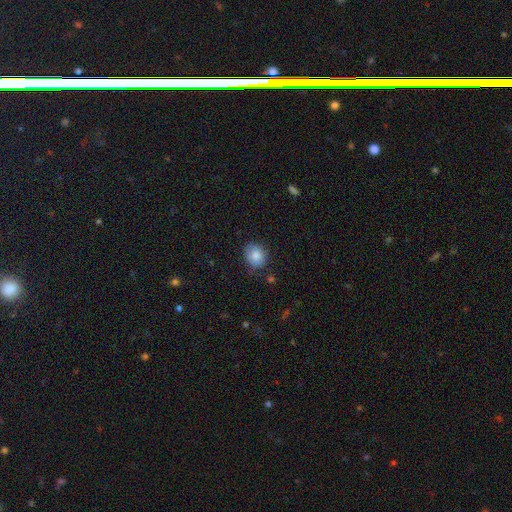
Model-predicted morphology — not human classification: smooth 83%, featured or disk 9%, star or artifact 8%. Down the decision tree: how rounded — round (68%); merging — none (76%).